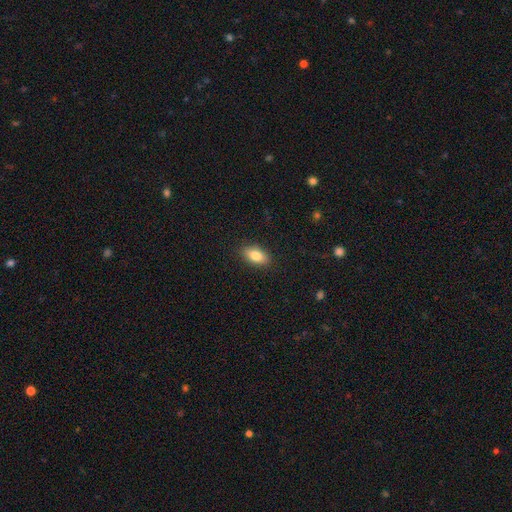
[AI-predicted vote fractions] Overall: smooth (82%). How rounded: in between (89%). Merging: none (88%).